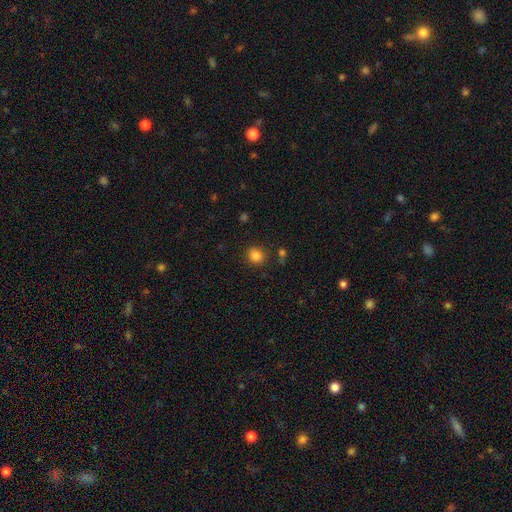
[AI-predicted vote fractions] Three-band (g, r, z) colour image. It shows a smooth galaxy with no disk features (84%) that is round (81%). Merging: none (85%).